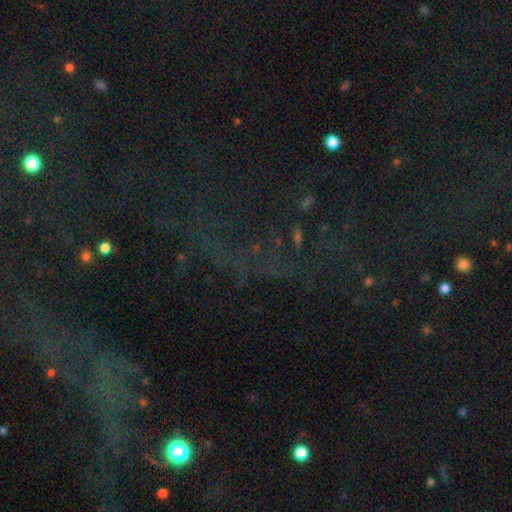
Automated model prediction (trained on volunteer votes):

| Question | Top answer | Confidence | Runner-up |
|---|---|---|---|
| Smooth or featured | star or artifact | 66% | smooth (18%) |